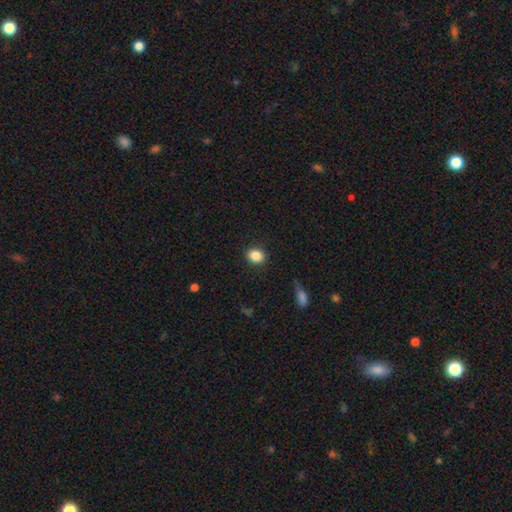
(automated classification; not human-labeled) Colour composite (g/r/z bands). It shows a smooth galaxy with no disk features (87%) that is round (53%). Merging: none (88%).